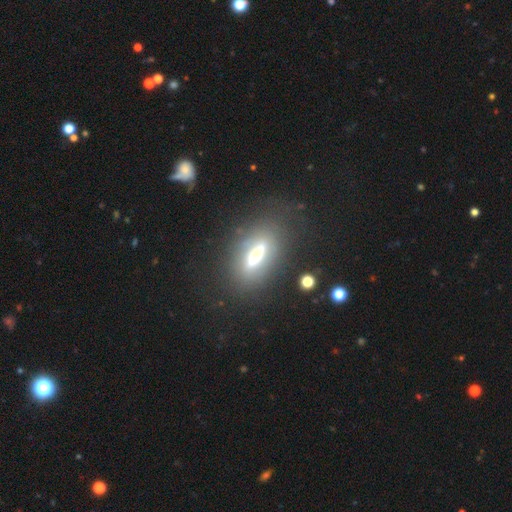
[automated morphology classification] Overall: featured or disk (53%; smooth 35%). Edge-on disk: yes (56%; no 44%). Merging: none (72%).